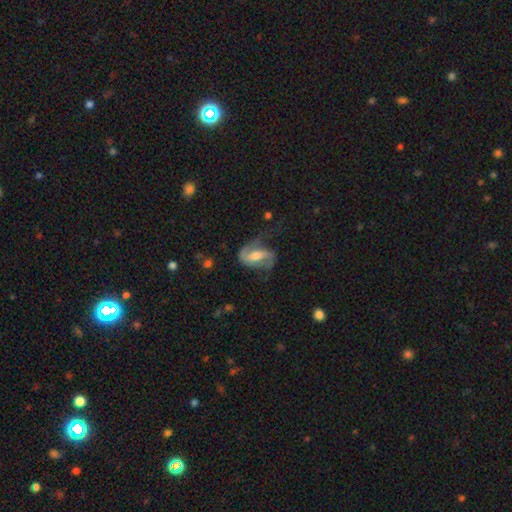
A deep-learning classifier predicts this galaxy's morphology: This appears to be a featured or disk galaxy (76%) with a strong bar (41%), 2 (82%) loose (47%) spiral arms (90%) and a moderate central bulge (61%). Merging: none (51%).